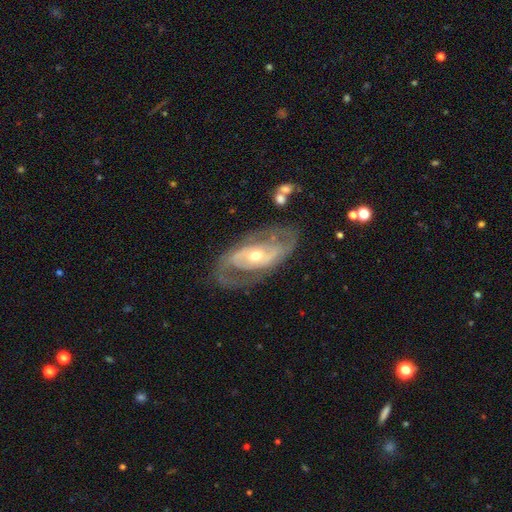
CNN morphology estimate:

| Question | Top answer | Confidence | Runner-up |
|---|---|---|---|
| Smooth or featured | featured or disk | 83% | smooth (12%) |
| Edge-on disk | no | 93% | yes (7%) |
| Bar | no | 59% | weak (27%) |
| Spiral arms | yes | 79% | no (21%) |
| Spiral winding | medium | 41% | tight (39%) |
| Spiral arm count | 2 | 73% | can't tell (15%) |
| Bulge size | moderate | 64% | small (30%) |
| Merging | none | 70% | minor disturbance (16%) |